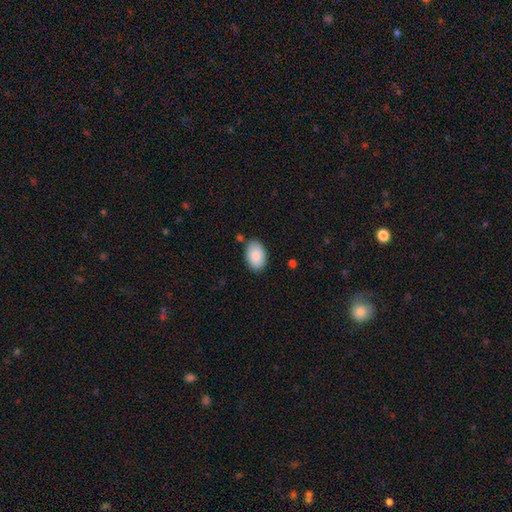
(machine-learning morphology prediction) smooth 88%, star or artifact 6%, featured or disk 6%. Down the decision tree: how rounded — in between (91%); merging — none (83%).